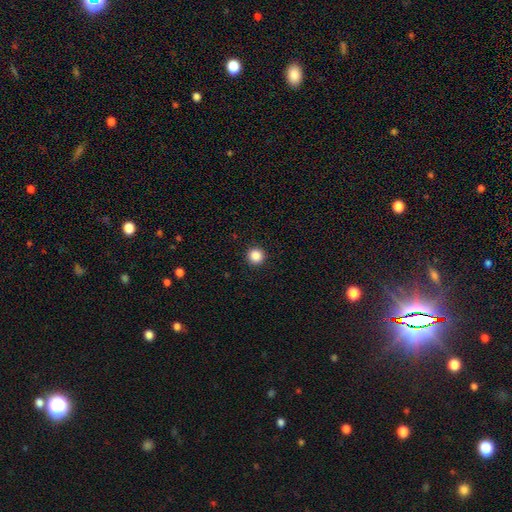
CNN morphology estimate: A smooth galaxy with no disk features (87%) that is round (95%). Merging: none (93%).